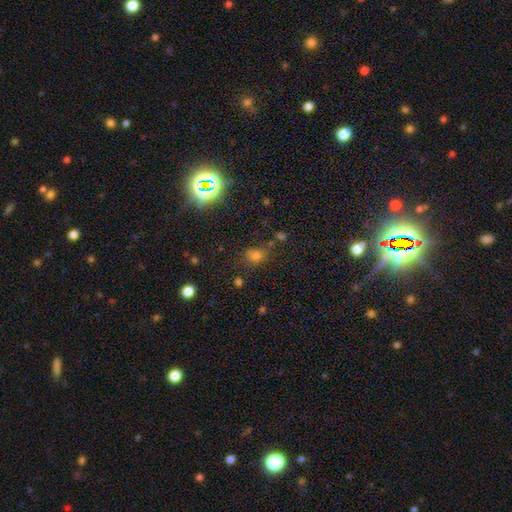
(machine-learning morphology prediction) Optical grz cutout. It shows a smooth galaxy with no disk features (58%) that is round (54%). Merging: none (67%).